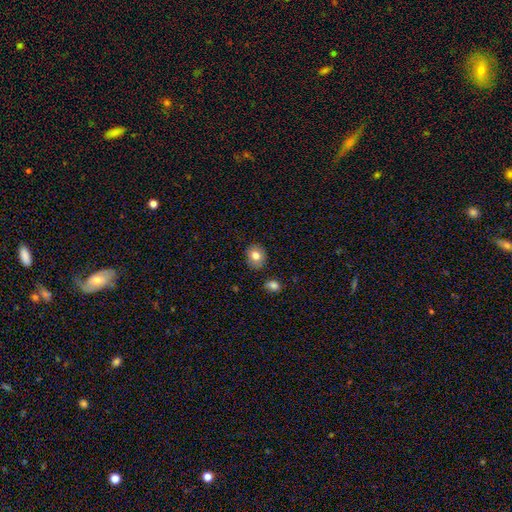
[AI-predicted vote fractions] This is clearly a smooth galaxy (81%). How rounded: likely round (65%). Merging: clearly none (86%).